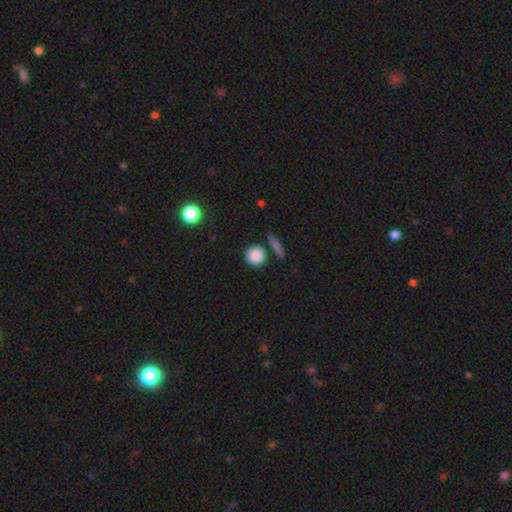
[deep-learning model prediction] The model was most divided on "merging": none: 79%, minor disturbance: 10%, merger: 8%, major disturbance: 3%. More confident: how rounded — round (92%); smooth or featured — smooth (86%).